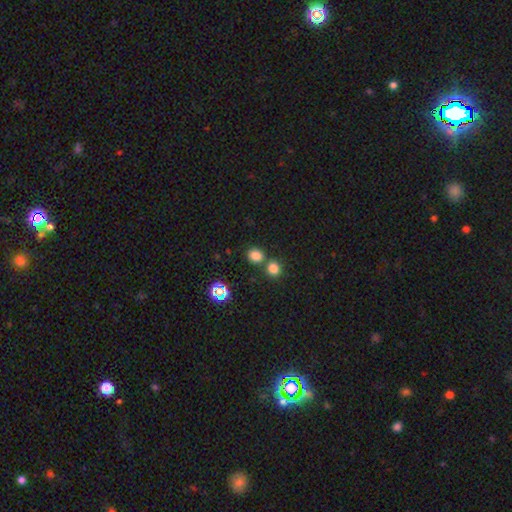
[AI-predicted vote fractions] Smooth or featured? smooth (78%)
How rounded? round (74%)
Merging? none (65%)